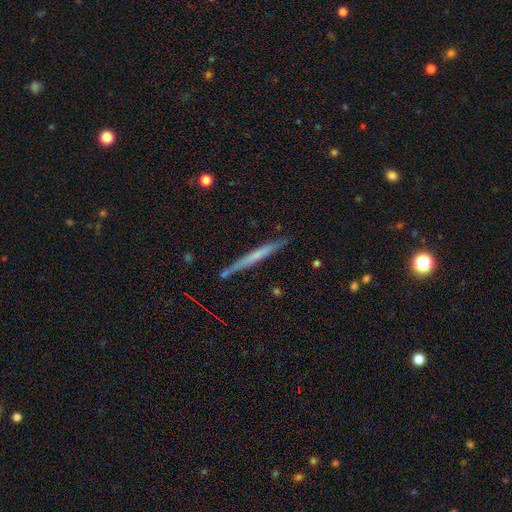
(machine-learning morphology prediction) type=featured or disk (48%); merging=none (85%).